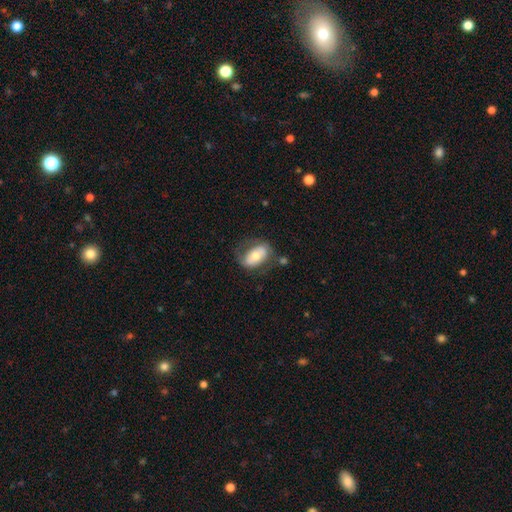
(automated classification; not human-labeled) Smooth or featured? smooth (55%)
How rounded? in between (90%)
Merging? none (58%)